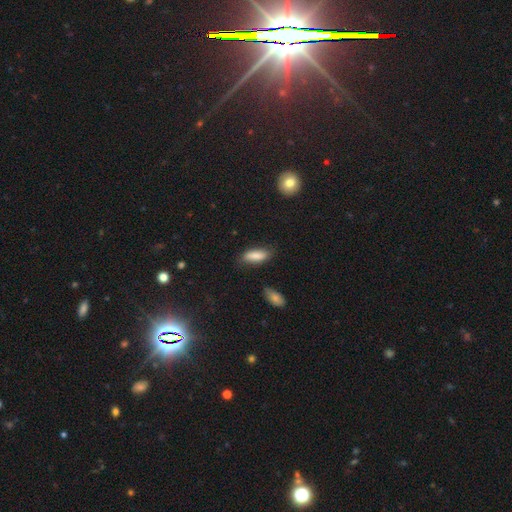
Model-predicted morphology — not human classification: Smooth or featured?
  - smooth: 84% *
  - featured or disk: 10%
  - star or artifact: 7%
How rounded?
  - in between: 66% *
  - cigar-shaped: 31%
  - round: 2%
Merging?
  - none: 74% *
  - minor disturbance: 20%
  - major disturbance: 4%
  - merger: 2%